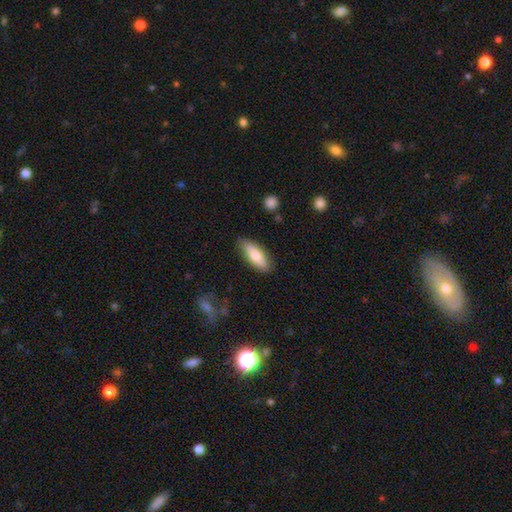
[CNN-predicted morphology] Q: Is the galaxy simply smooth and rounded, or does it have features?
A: smooth — 73%.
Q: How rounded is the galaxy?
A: in between — 70%.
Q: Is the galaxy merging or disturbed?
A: none — 83%.